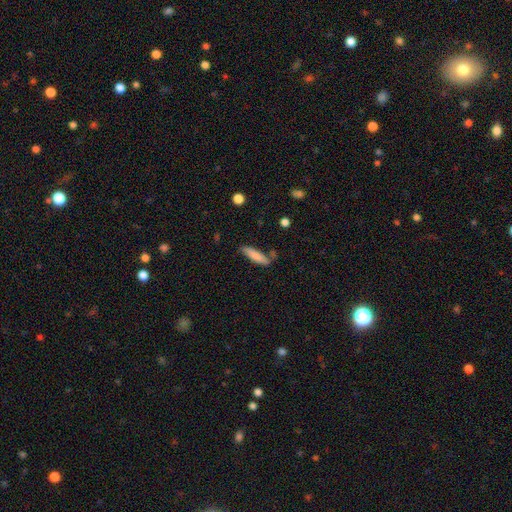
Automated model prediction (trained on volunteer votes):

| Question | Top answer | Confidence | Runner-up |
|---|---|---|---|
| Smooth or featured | smooth | 81% | featured or disk (12%) |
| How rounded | cigar-shaped | 70% | in between (28%) |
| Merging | none | 70% | minor disturbance (19%) |